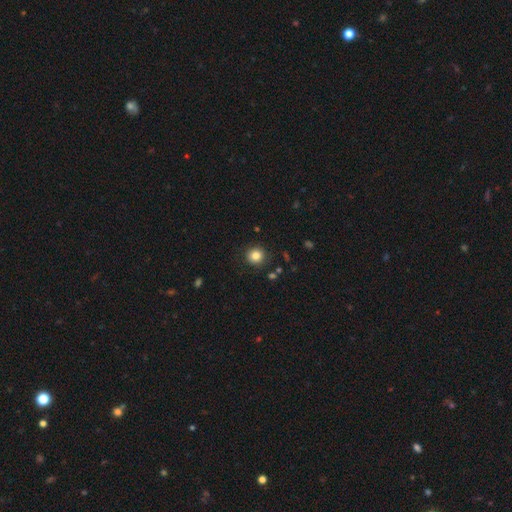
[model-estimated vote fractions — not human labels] Morphology: type=smooth (84%); roundness=round (92%); merging=none (90%).